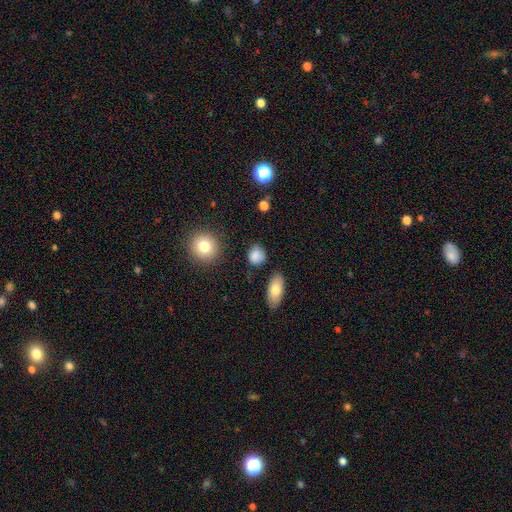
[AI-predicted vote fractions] Smooth or featured: smooth — 85% (star or artifact — 9%)
How rounded: round — 63% (in between — 35%)
Merging: none — 79% (minor disturbance — 14%)